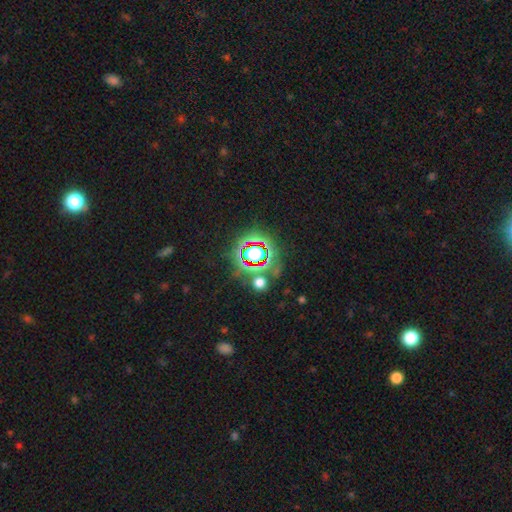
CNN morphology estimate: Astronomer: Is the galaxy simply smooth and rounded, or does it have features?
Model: star or artifact — 65%.